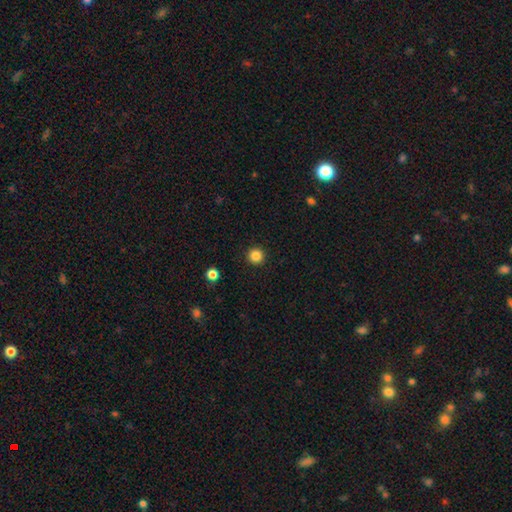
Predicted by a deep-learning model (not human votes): Overall: smooth (85%). How rounded: round (96%). Merging: none (93%).